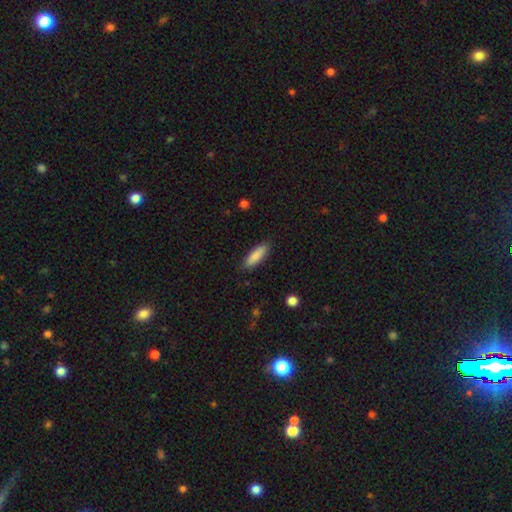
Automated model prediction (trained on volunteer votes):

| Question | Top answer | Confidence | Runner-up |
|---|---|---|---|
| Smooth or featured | smooth | 86% | featured or disk (9%) |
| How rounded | cigar-shaped | 53% | in between (45%) |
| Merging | none | 87% | minor disturbance (10%) |